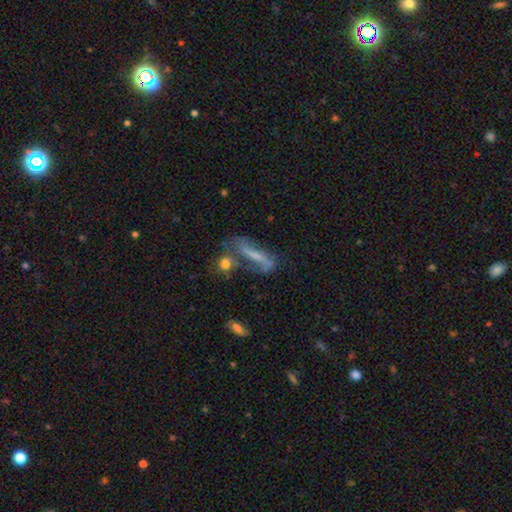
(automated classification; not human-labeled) A featured or disk galaxy (52%). Merging: none (41%).